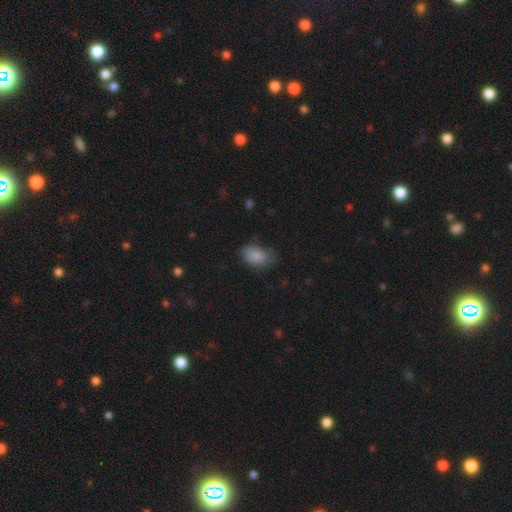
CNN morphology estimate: A smooth galaxy with no disk features (86%) that is in between round and cigar-shaped (86%). Merging: none (59%).